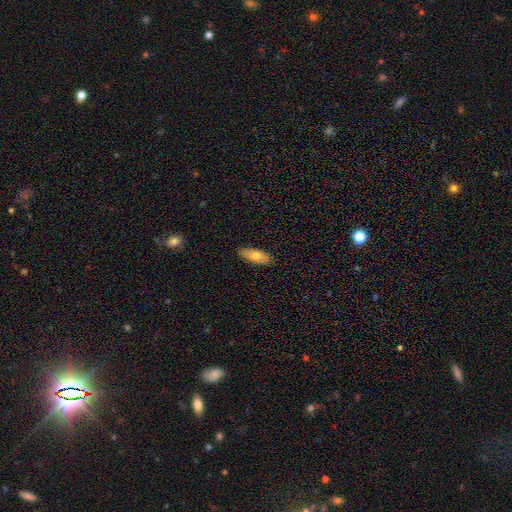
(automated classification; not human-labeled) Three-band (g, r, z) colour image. It shows a smooth galaxy with no disk features (71%) that is in between round and cigar-shaped (73%). Merging: none (87%).